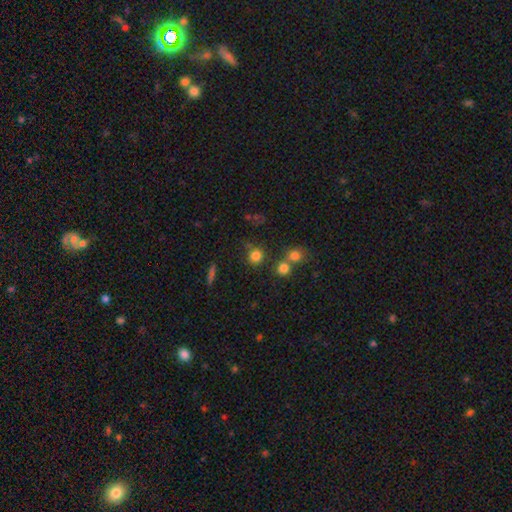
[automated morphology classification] Smooth or featured? smooth (78%)
How rounded? round (86%)
Merging? none (71%)